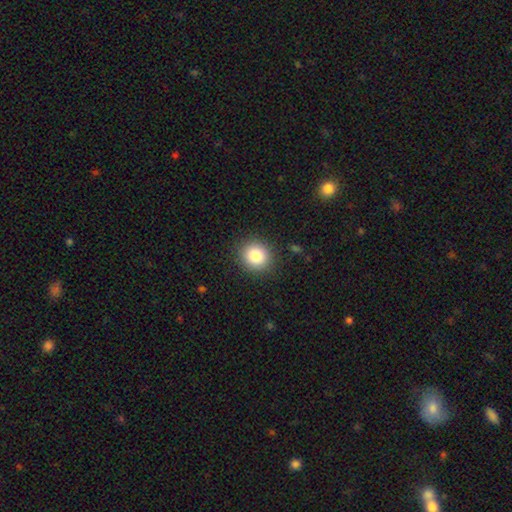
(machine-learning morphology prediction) type=smooth (84%); roundness=round (85%); merging=none (90%).